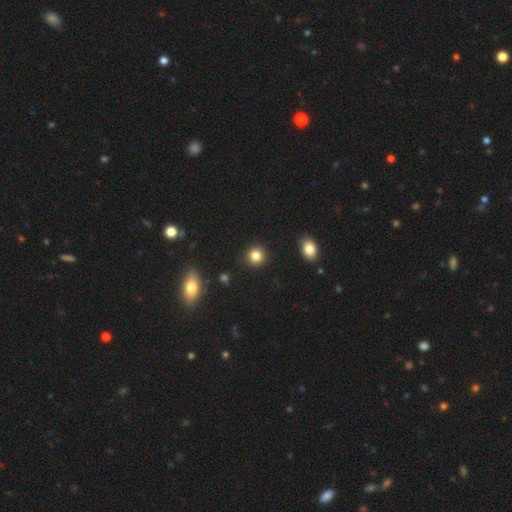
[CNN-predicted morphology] type=smooth (85%); roundness=round (89%); merging=none (91%).